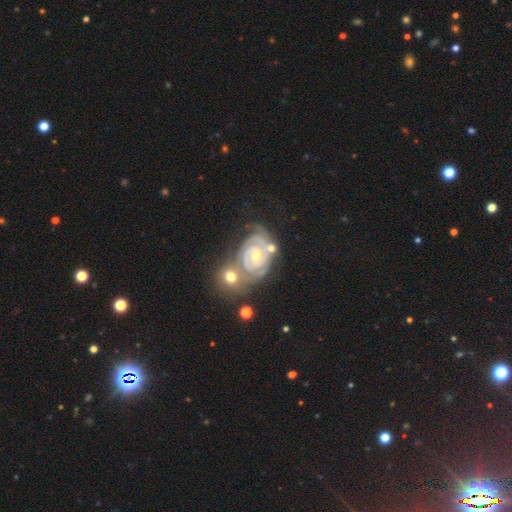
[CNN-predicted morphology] A featured or disk galaxy (87%) with no bar (67%), 2 (49%) tight (81%) spiral arms (95%) and a small central bulge (50%).

Vote fractions:
- Smooth or featured? featured or disk: 87% / smooth: 7% / star or artifact: 6%
- Edge-on disk? no: 97% / yes: 3%
- Bar? no: 67% / weak: 23% / strong: 10%
- Spiral arms? yes: 95% / no: 5%
- Spiral winding? tight: 81% / medium: 16% / loose: 3%
- Spiral arm count? 2: 49% / can't tell: 22% / 3: 15% / 1: 5% / 4: 4% / more than 4: 4%
- Bulge size? small: 50% / moderate: 45% / large: 2% / none: 1% / dominant: 1%
- Merging? none: 48% / merger: 26% / minor disturbance: 17% / major disturbance: 9%